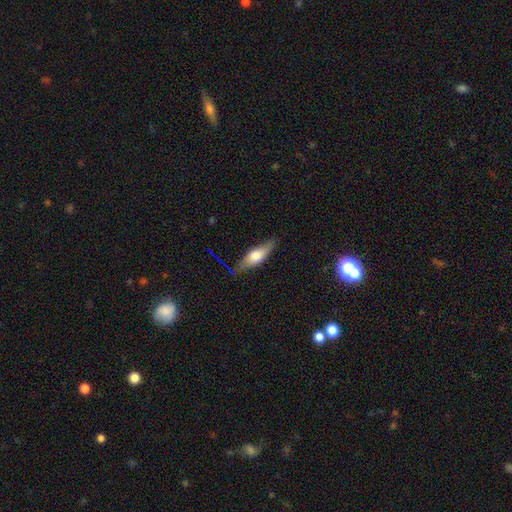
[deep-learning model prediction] A smooth galaxy with no disk features (56%) that is cigar-shaped (49%). Merging: none (79%).